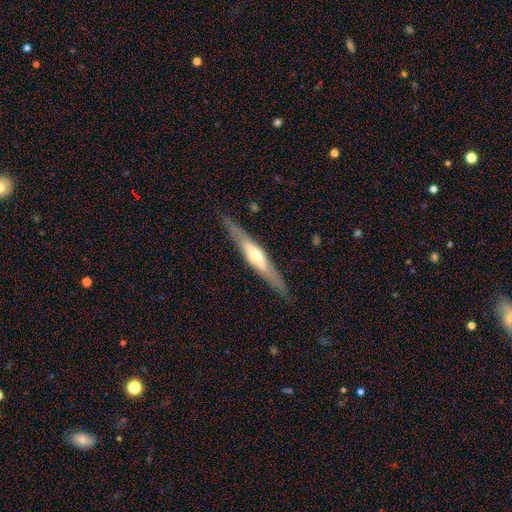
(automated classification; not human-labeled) A featured or disk galaxy (64%) viewed edge-on (91%) with a rounded central bulge (81%).

Vote fractions:
- Smooth or featured? featured or disk: 64% / smooth: 31% / star or artifact: 5%
- Edge-on disk? yes: 91% / no: 9%
- Edge-on bulge? rounded: 81% / none: 12% / boxy: 8%
- Merging? none: 86% / minor disturbance: 10% / major disturbance: 2% / merger: 1%